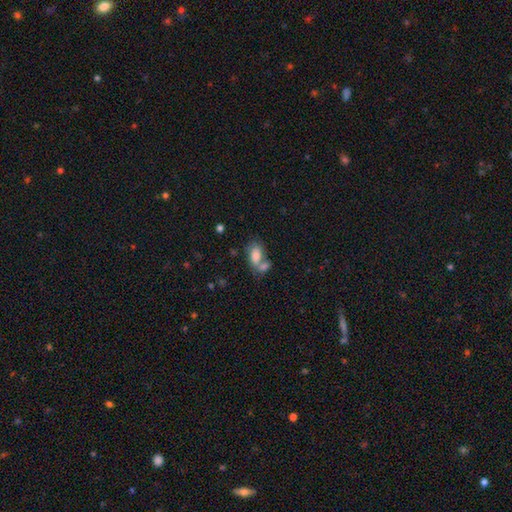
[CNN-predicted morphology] A smooth galaxy with no disk features (78%) that is in between round and cigar-shaped (90%).

Vote fractions:
- Smooth or featured? smooth: 78% / featured or disk: 13% / star or artifact: 8%
- How rounded? in between: 90% / round: 7% / cigar-shaped: 3%
- Merging? merger: 52% / none: 29% / minor disturbance: 12% / major disturbance: 7%